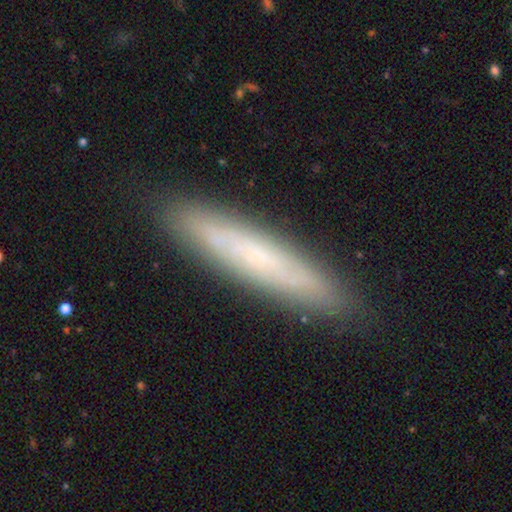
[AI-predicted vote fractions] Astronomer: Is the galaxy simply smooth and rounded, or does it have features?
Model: smooth — 48% (runner-up: featured or disk, 44%).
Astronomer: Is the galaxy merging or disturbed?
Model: none — 89%.